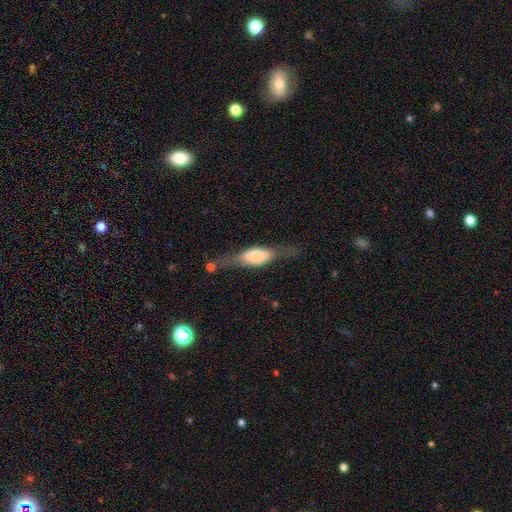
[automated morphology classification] smooth-or-featured: featured or disk: 52% | smooth: 41% | star or artifact: 6%
  disk-edge-on: yes: 80% | no: 20%
  merging: none: 56% | minor disturbance: 23% | major disturbance: 16% | merger: 5%